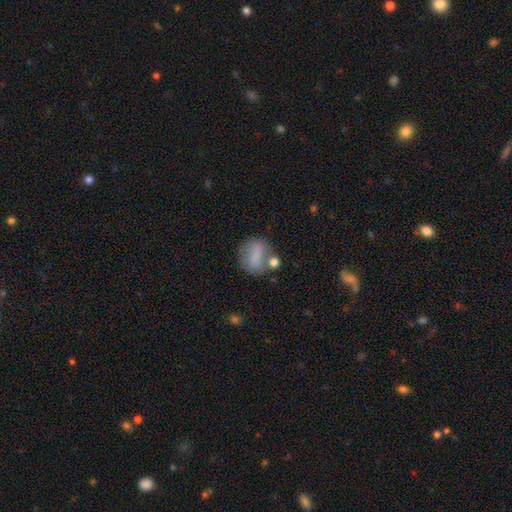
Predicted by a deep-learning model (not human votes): This is likely a smooth galaxy (72%). How rounded: possibly round (55%). Merging: possibly none (57%).